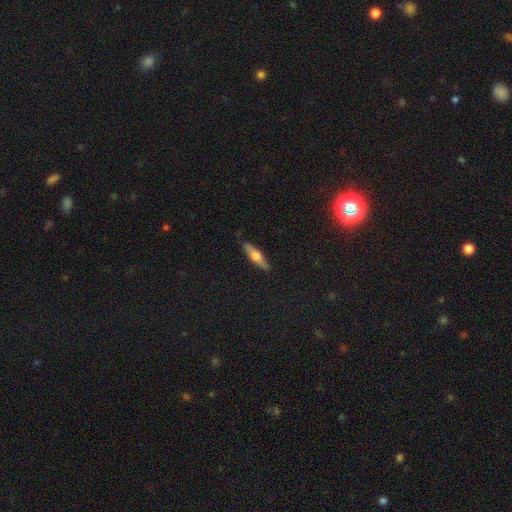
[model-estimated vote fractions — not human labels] Overall: smooth (48%; featured or disk 45%). Merging: none (87%).